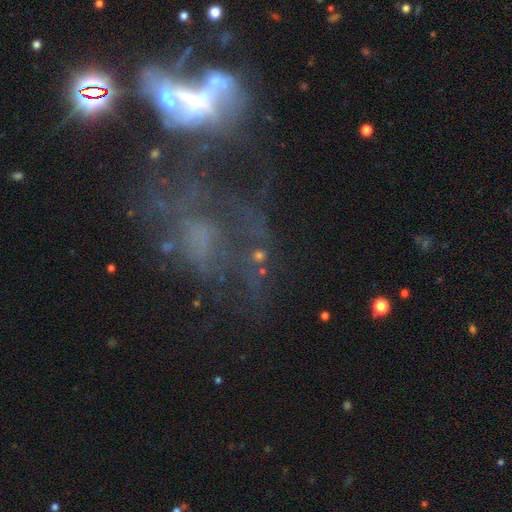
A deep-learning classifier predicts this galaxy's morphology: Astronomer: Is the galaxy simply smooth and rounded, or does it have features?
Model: featured or disk — 53% (runner-up: star or artifact, 29%).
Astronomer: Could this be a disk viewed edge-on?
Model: no — 94%.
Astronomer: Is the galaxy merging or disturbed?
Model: none — 41% (runner-up: major disturbance, 31%).